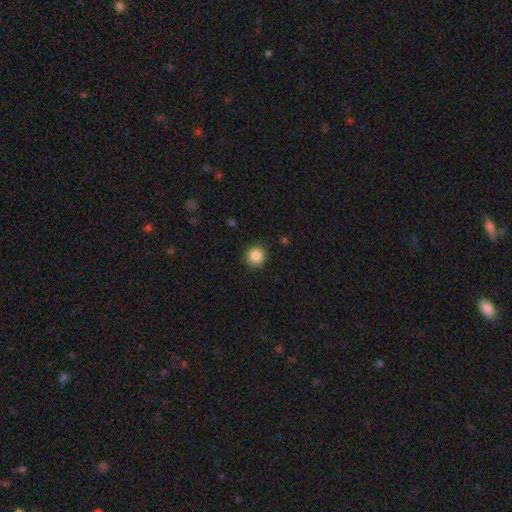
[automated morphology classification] smooth 85%, star or artifact 10%, featured or disk 5%. Down the decision tree: how rounded — round (93%); merging — none (91%).